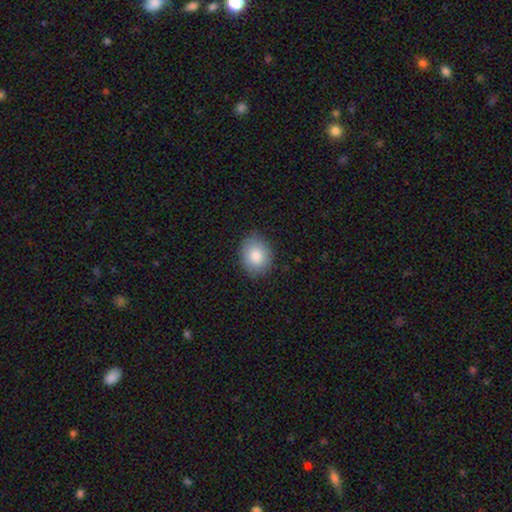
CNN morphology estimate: Smooth or featured: smooth — 85% (star or artifact — 8%)
How rounded: round — 56% (in between — 43%)
Merging: none — 85% (minor disturbance — 12%)